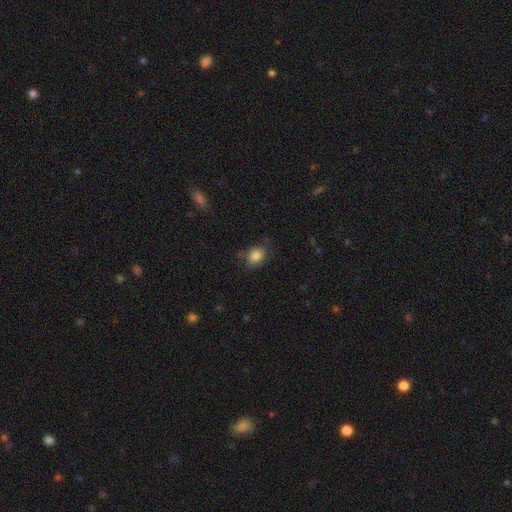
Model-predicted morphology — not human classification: Smooth or featured? smooth (84%)
How rounded? in between (52%)
Merging? none (69%)